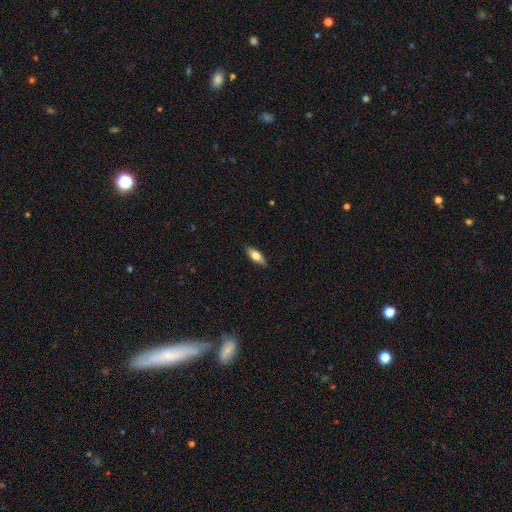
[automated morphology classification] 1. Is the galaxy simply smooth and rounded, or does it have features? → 65% smooth, 28% featured or disk, 6% star or artifact.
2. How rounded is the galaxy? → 64% in between, 33% cigar-shaped, 3% round.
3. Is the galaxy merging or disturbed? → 87% none, 10% minor disturbance, 2% major disturbance, 1% merger.